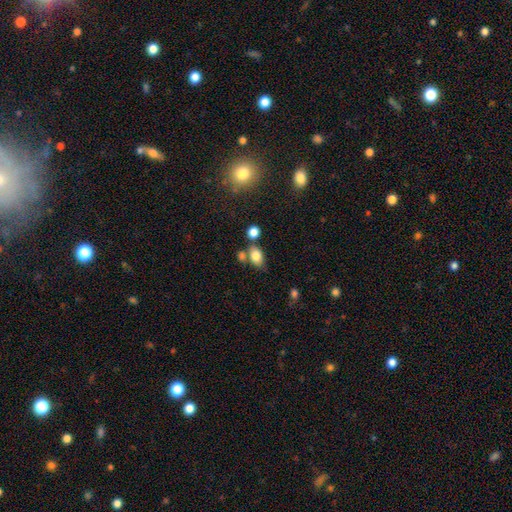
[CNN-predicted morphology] This appears to be a smooth galaxy with no disk features (80%) that is in between round and cigar-shaped (81%). Merging: none (58%).